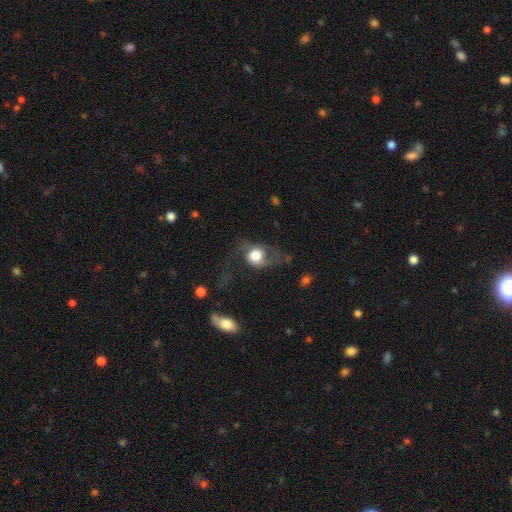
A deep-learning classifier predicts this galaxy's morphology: This appears to be a smooth galaxy with no disk features (57%) that is round (65%). Merging: major disturbance (41%).